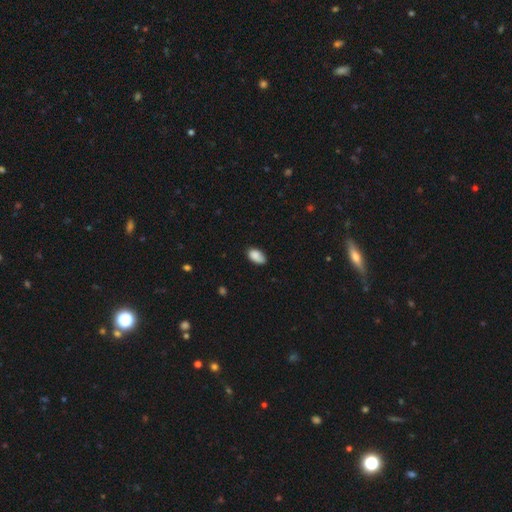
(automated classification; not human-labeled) This is clearly a smooth galaxy (86%). How rounded: clearly in between (93%). Merging: likely none (67%).